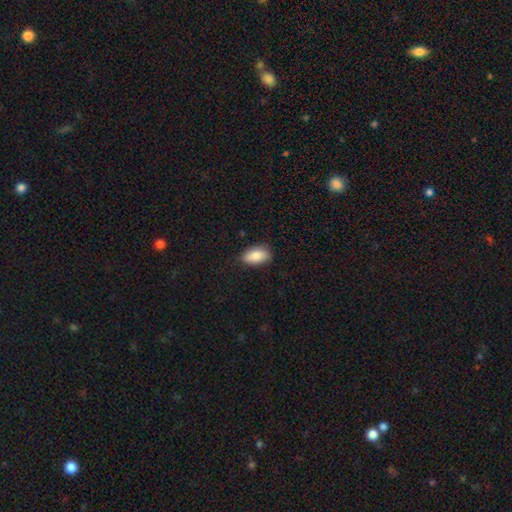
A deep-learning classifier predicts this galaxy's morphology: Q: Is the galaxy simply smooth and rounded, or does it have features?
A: smooth — 87%.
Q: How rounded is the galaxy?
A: in between — 92%.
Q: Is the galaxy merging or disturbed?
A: none — 80%.